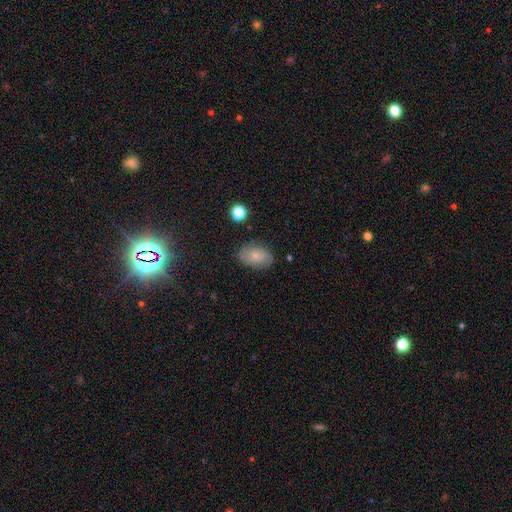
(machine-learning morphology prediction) smooth-or-featured: smooth: 66% | featured or disk: 25% | star or artifact: 9%
  how-rounded: in between: 82% | round: 16% | cigar-shaped: 1%
  merging: none: 77% | minor disturbance: 16% | major disturbance: 4% | merger: 2%